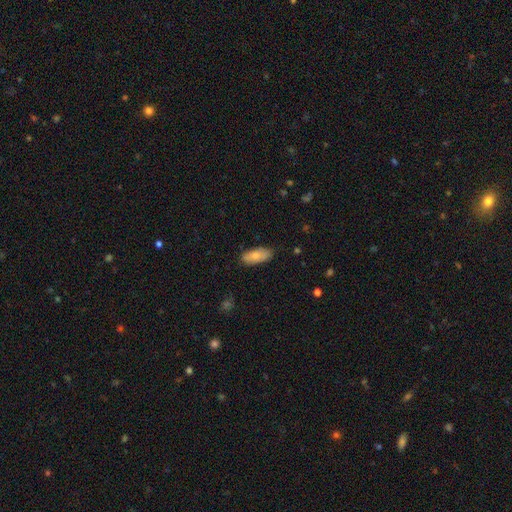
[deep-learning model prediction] A smooth galaxy with no disk features (78%) that is in between round and cigar-shaped (85%). Merging: none (80%).